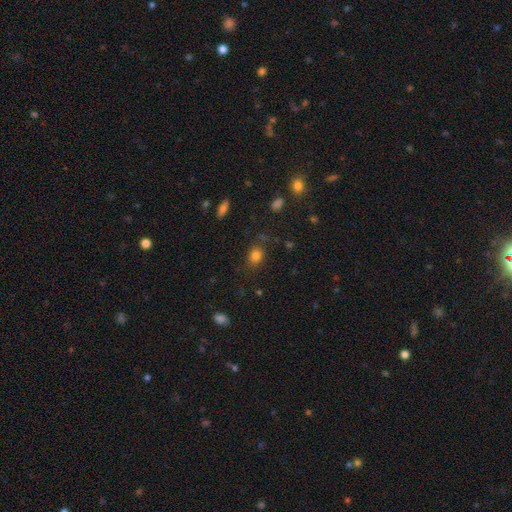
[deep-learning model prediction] Smooth or featured? Predicted: smooth (p=0.81). How rounded? Predicted: round (p=0.53). Merging? Predicted: none (p=0.77).